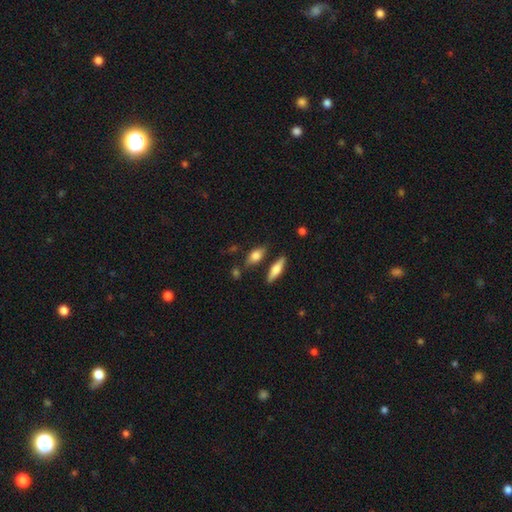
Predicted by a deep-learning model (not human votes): Smooth or featured? smooth (73%)
How rounded? in between (74%)
Merging? none (73%)